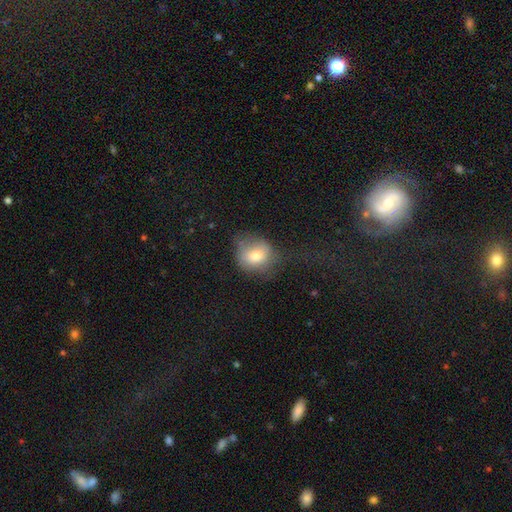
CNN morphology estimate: This is likely a smooth galaxy (74%). How rounded: likely round (70%). Merging: possibly none (46%).